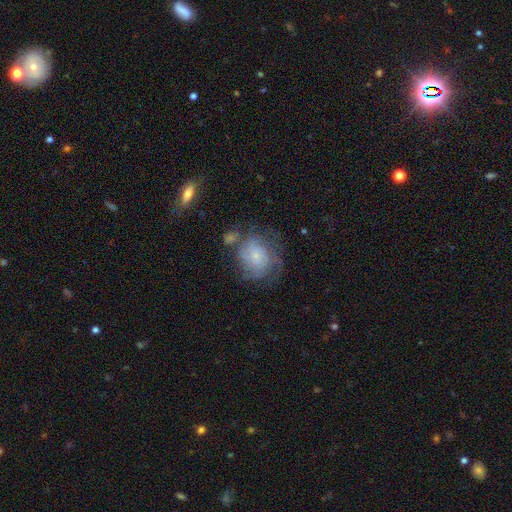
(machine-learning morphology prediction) smooth_or_featured: featured or disk (p=0.54) [alt: smooth p=0.36]
disk_edge_on: no (p=0.97) [alt: yes p=0.03]
bar: no (p=0.77) [alt: weak p=0.20]
has_spiral_arms: yes (p=0.78) [alt: no p=0.22]
bulge_size: small (p=0.74) [alt: moderate p=0.15]
merging: none (p=0.50) [alt: minor disturbance p=0.23]